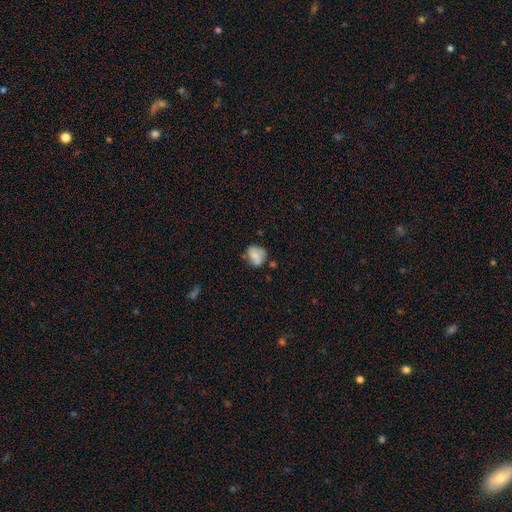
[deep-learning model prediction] This is likely a smooth galaxy (68%). How rounded: possibly in between (53%). Merging: possibly none (47%).